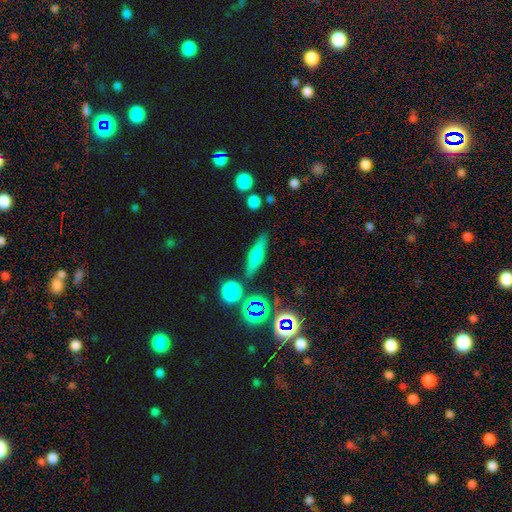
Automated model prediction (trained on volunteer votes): smooth 50%, featured or disk 39%, star or artifact 11%. Down the decision tree: how rounded — cigar-shaped (63%); merging — none (82%).